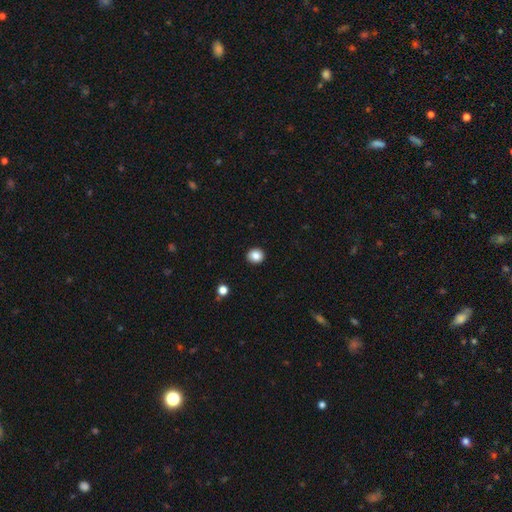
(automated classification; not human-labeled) Morphology: type=smooth (86%); roundness=round (84%); merging=none (92%).